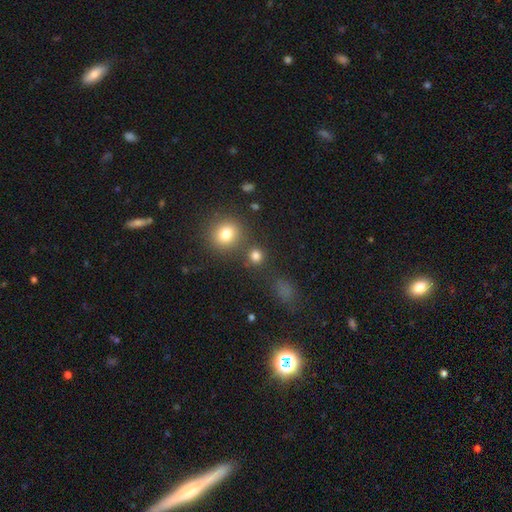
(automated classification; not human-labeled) Q: Smooth or featured?
A: smooth (78%); runner-up: star or artifact (16%)
Q: How rounded?
A: round (87%); runner-up: in between (12%)
Q: Merging?
A: none (74%); runner-up: merger (15%)